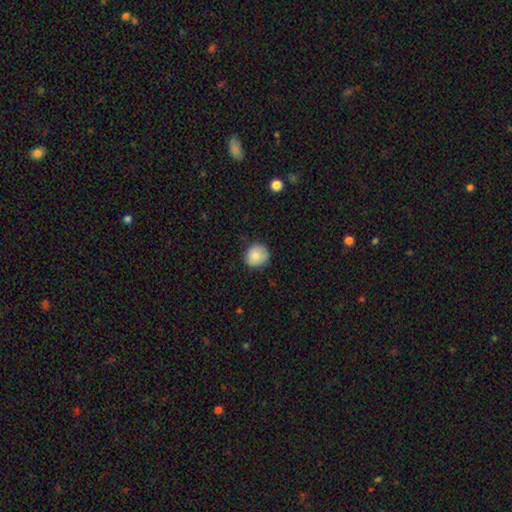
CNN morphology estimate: Smooth or featured? Predicted: smooth (p=0.79). How rounded? Predicted: round (p=0.85). Merging? Predicted: none (p=0.82).